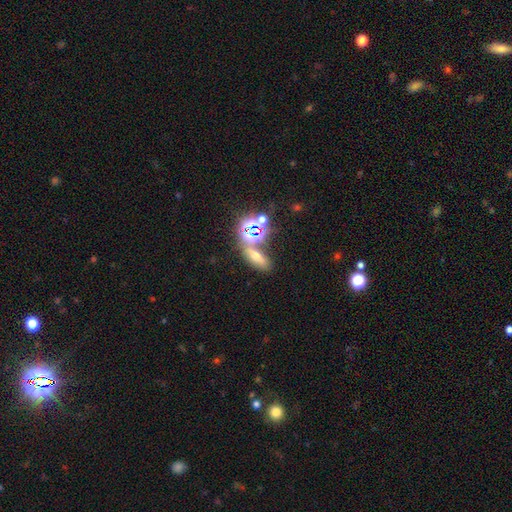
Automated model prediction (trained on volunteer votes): Smooth or featured? Predicted: smooth (p=0.51). How rounded? Predicted: in between (p=0.59). Merging? Predicted: none (p=0.61).